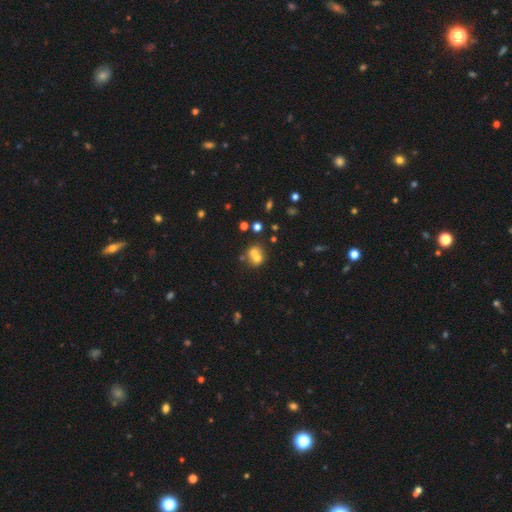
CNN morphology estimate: Q: Smooth or featured?
A: smooth (64%); runner-up: featured or disk (21%)
Q: How rounded?
A: round (70%); runner-up: in between (29%)
Q: Merging?
A: merger (59%); runner-up: none (30%)